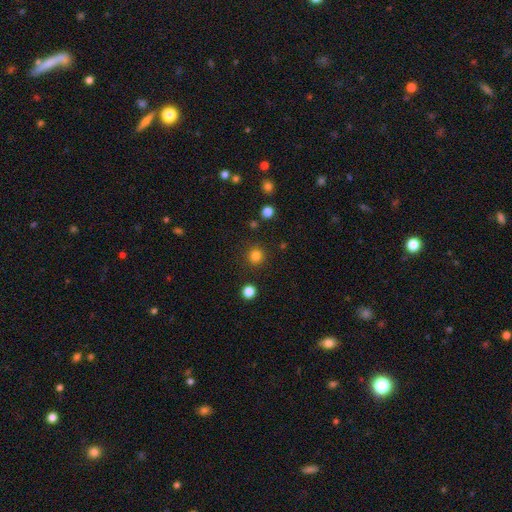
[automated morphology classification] This is clearly a smooth galaxy (82%). How rounded: clearly round (93%). Merging: clearly none (90%).